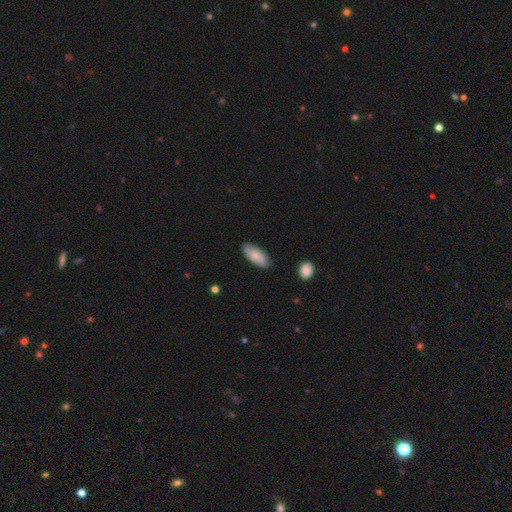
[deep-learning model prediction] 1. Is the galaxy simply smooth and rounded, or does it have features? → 80% smooth, 14% featured or disk, 6% star or artifact.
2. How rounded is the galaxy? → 88% in between, 10% cigar-shaped, 2% round.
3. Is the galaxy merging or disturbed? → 83% none, 13% minor disturbance, 2% major disturbance, 2% merger.